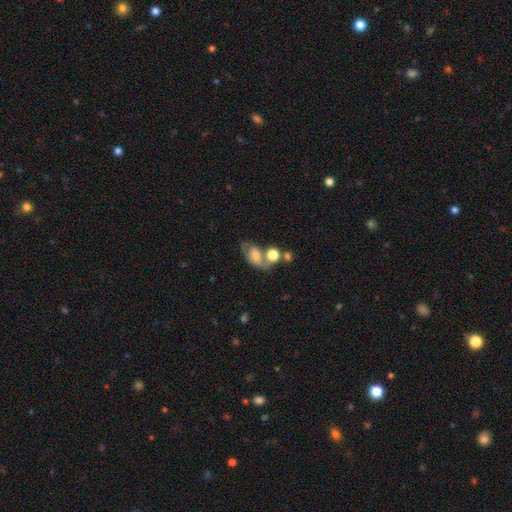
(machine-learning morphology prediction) Smooth or featured? smooth (54%)
How rounded? in between (79%)
Merging? none (36%)